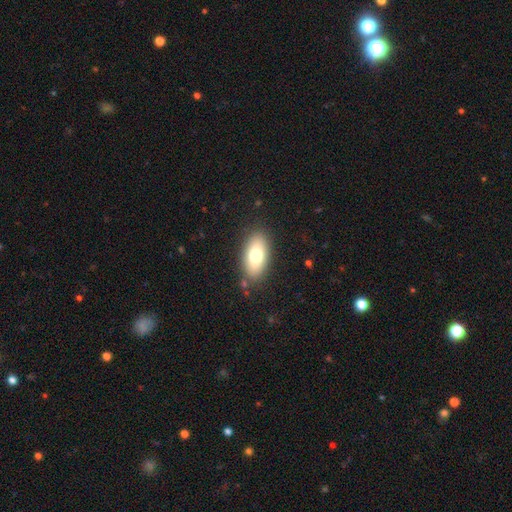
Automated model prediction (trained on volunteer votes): A smooth galaxy with no disk features (74%) that is in between round and cigar-shaped (90%).

Vote fractions:
- Smooth or featured? smooth: 74% / featured or disk: 18% / star or artifact: 8%
- How rounded? in between: 90% / cigar-shaped: 5% / round: 5%
- Merging? none: 85% / minor disturbance: 10% / major disturbance: 3% / merger: 2%